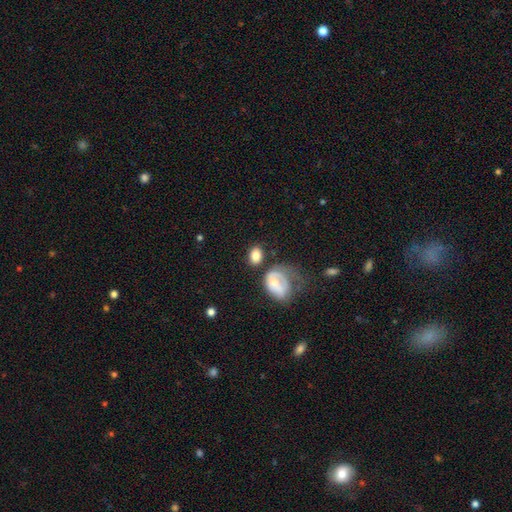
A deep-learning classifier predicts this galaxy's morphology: Overall: smooth (80%). How rounded: in between (73%). Merging: none (57%; minor disturbance 19%).